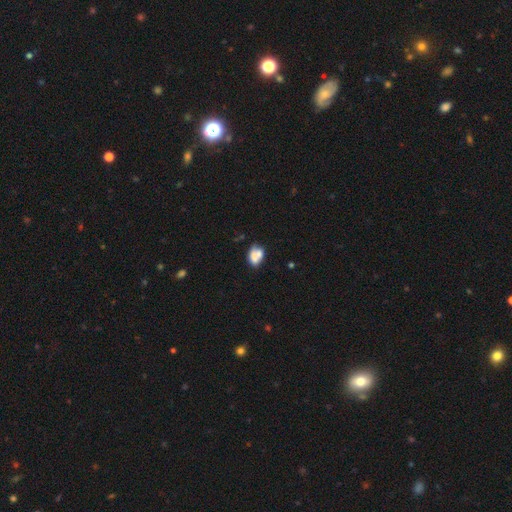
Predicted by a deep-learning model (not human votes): smooth_or_featured: smooth (p=0.67) [alt: featured or disk p=0.23]
how_rounded: in between (p=0.76) [alt: round p=0.23]
merging: merger (p=0.42) [alt: none p=0.33]